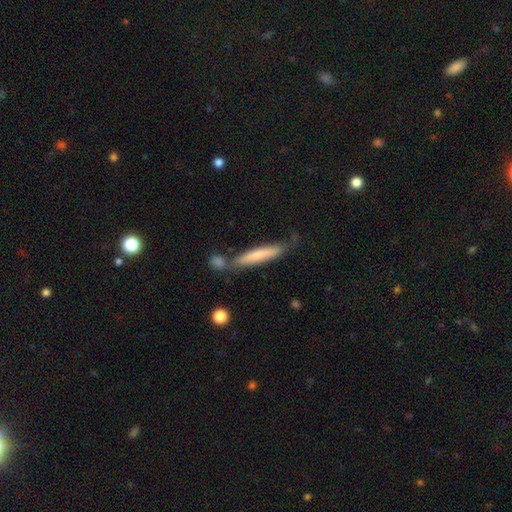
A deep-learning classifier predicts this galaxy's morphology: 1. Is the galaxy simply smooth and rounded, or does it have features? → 63% smooth, 32% featured or disk, 6% star or artifact.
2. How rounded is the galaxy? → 91% cigar-shaped, 8% in between, 1% round.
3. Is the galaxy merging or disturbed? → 60% none, 18% minor disturbance, 17% merger, 5% major disturbance.